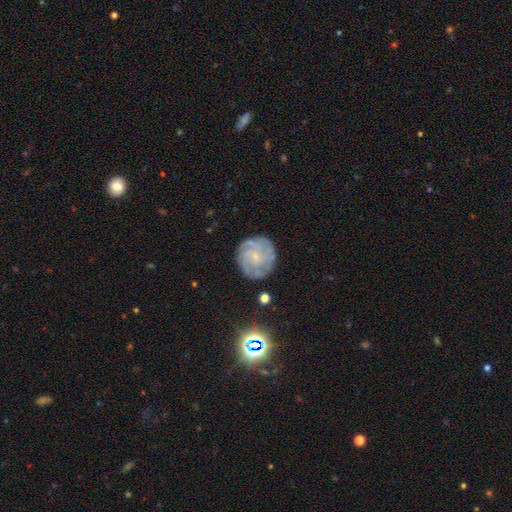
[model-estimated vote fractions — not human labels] Smooth or featured? Predicted: featured or disk (p=0.72). Edge-on disk? Predicted: no (p=0.98). Bar? Predicted: no (p=0.76). Spiral arms? Predicted: yes (p=0.91). Spiral winding? Predicted: tight (p=0.64). Spiral arm count? Predicted: can't tell (p=0.32). Bulge size? Predicted: small (p=0.76). Merging? Predicted: none (p=0.79).